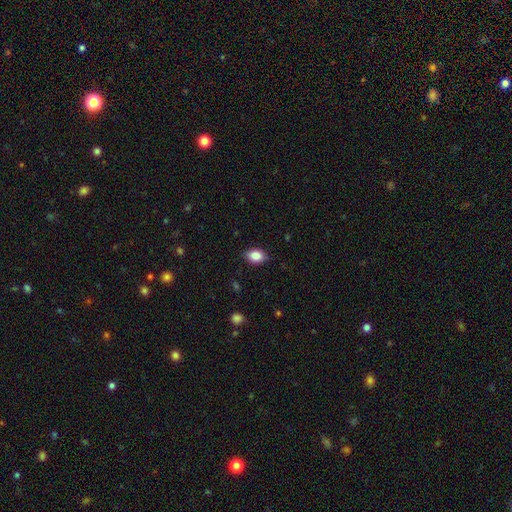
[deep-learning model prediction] Overall: smooth (85%). How rounded: in between (78%). Merging: none (83%).